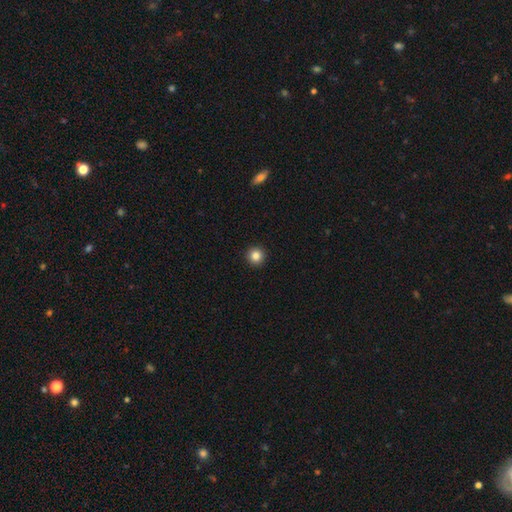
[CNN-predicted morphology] Q: Smooth or featured?
A: smooth (84%); runner-up: star or artifact (11%)
Q: How rounded?
A: round (96%); runner-up: in between (3%)
Q: Merging?
A: none (94%); runner-up: minor disturbance (4%)